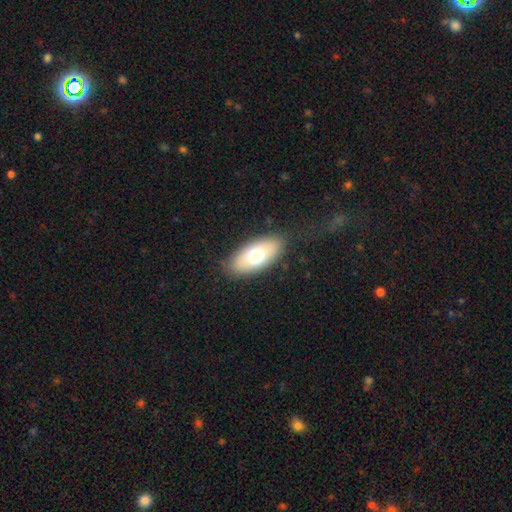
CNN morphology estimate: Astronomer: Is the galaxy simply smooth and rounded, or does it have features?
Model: smooth — 69%.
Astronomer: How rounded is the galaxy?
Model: in between — 89%.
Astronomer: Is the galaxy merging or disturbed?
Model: none — 84%.